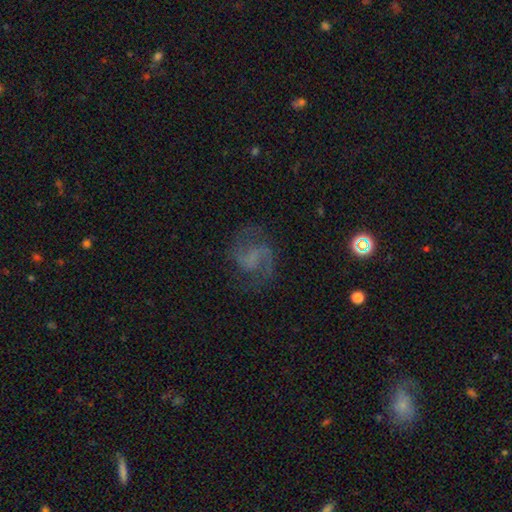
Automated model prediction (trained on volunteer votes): Smooth or featured? featured or disk (79%)
Edge-on disk? no (98%)
Bar? weak (47%)
Spiral arms? yes (95%)
Spiral winding? medium (51%)
Spiral arm count? 2 (89%)
Bulge size? none (64%)
Merging? none (74%)